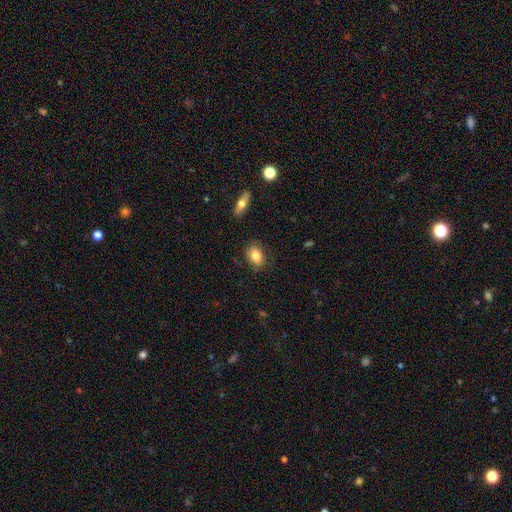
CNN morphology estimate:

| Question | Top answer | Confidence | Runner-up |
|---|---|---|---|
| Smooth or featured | smooth | 82% | featured or disk (11%) |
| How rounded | in between | 79% | round (19%) |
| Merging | none | 79% | minor disturbance (15%) |